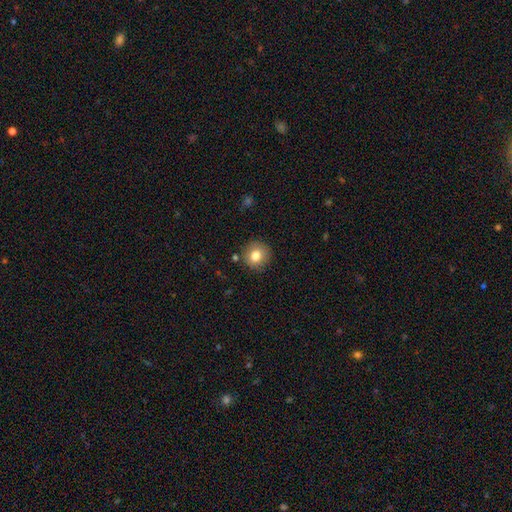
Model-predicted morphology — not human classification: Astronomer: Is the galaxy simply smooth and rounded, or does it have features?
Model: smooth — 80%.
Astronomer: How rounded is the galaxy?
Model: round — 91%.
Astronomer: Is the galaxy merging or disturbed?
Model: none — 87%.